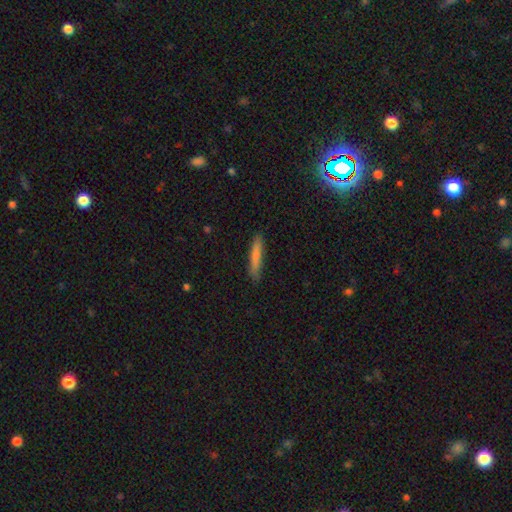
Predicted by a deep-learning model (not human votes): Q: Smooth or featured?
A: smooth (78%); runner-up: featured or disk (16%)
Q: How rounded?
A: cigar-shaped (92%); runner-up: in between (7%)
Q: Merging?
A: none (85%); runner-up: minor disturbance (11%)